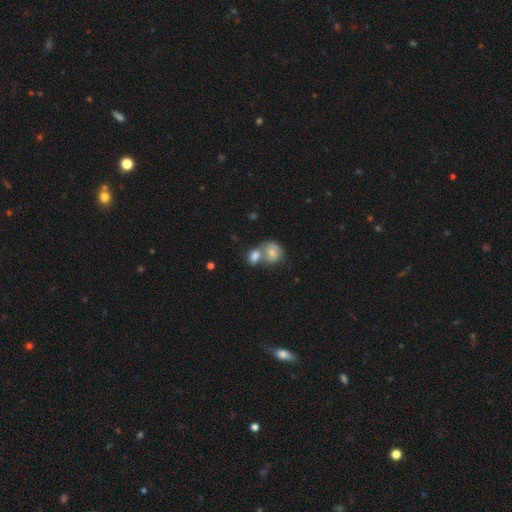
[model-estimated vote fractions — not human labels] The model was most divided on "how rounded" (2-way tie): round: 49%, in between: 49%, cigar-shaped: 2%. More confident: smooth or featured — smooth (74%); merging — merger (60%).